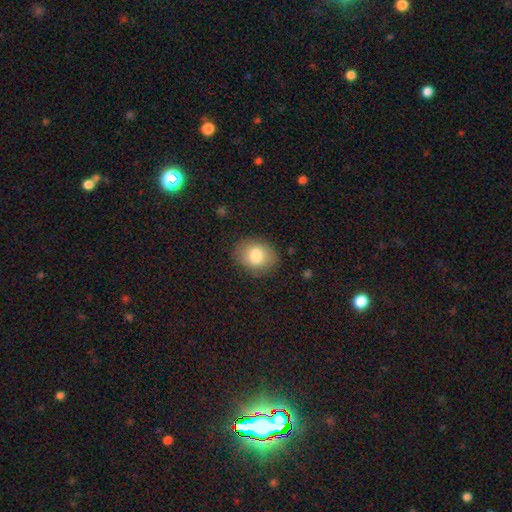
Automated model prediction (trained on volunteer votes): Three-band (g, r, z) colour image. It shows a smooth galaxy with no disk features (81%) that is in between round and cigar-shaped (55%). Merging: none (84%).